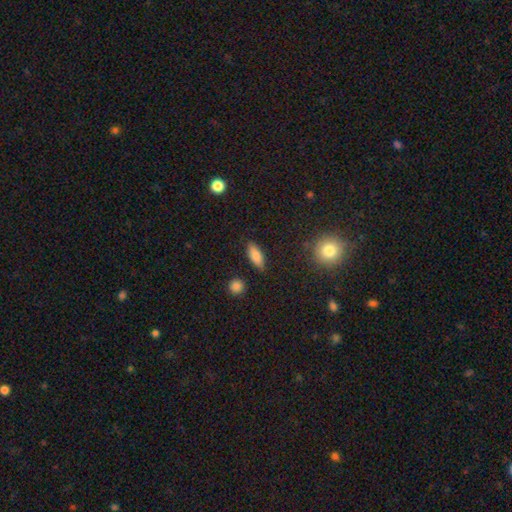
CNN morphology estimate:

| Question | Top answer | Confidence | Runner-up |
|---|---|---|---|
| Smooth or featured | smooth | 83% | featured or disk (9%) |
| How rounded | in between | 74% | cigar-shaped (22%) |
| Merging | none | 85% | minor disturbance (10%) |